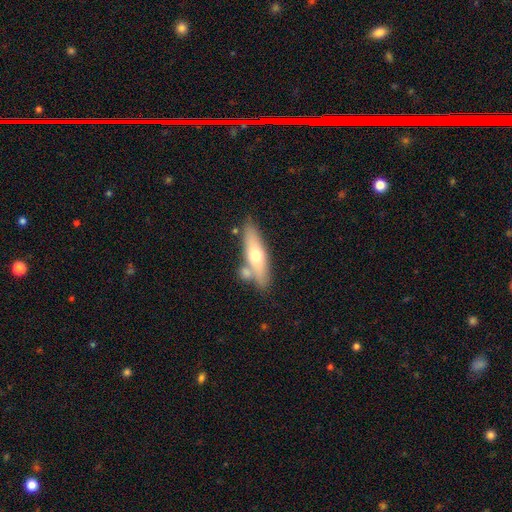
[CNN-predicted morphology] This appears to be a smooth galaxy with no disk features (52%) that is cigar-shaped (60%). Merging: none (66%).